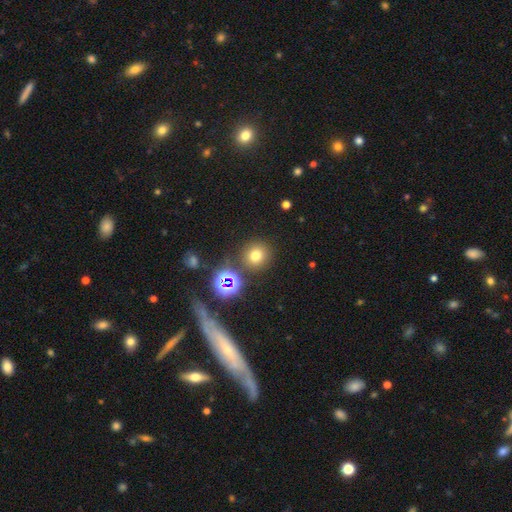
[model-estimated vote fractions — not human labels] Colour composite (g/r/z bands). It shows a smooth galaxy with no disk features (69%) that is round (90%). Merging: none (84%).